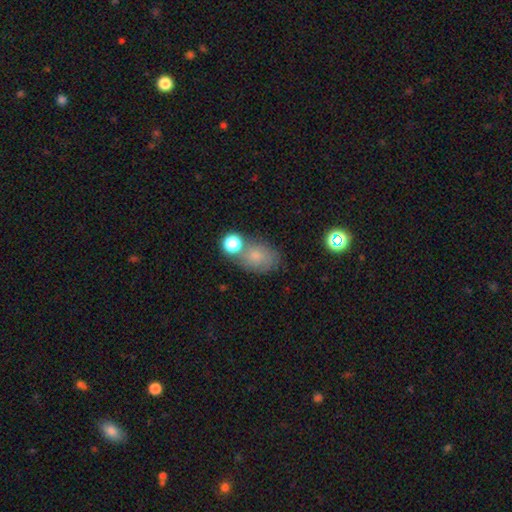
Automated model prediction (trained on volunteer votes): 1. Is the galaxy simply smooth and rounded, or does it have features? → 71% smooth, 16% featured or disk, 13% star or artifact.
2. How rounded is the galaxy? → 64% in between, 35% round, 1% cigar-shaped.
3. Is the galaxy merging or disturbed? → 53% none, 22% merger, 18% minor disturbance, 8% major disturbance.